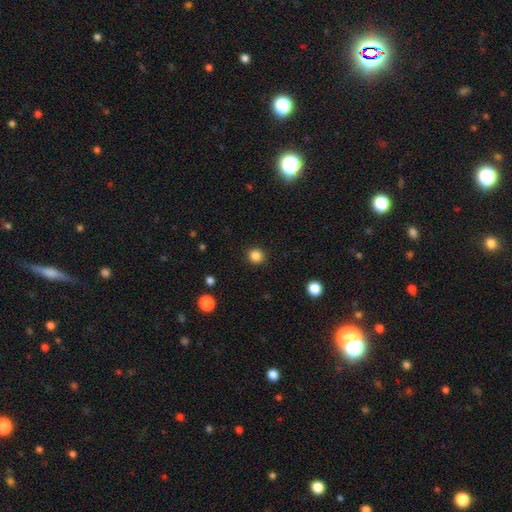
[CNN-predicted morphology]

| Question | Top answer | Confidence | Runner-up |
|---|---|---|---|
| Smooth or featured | smooth | 85% | star or artifact (12%) |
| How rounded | round | 91% | in between (8%) |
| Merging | none | 92% | minor disturbance (5%) |